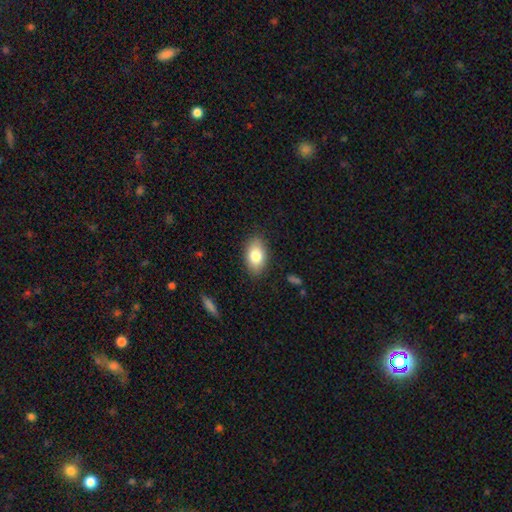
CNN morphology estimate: The model was most divided on "smooth or featured": smooth: 81%, featured or disk: 12%, star or artifact: 7%. More confident: how rounded — in between (90%); merging — none (86%).